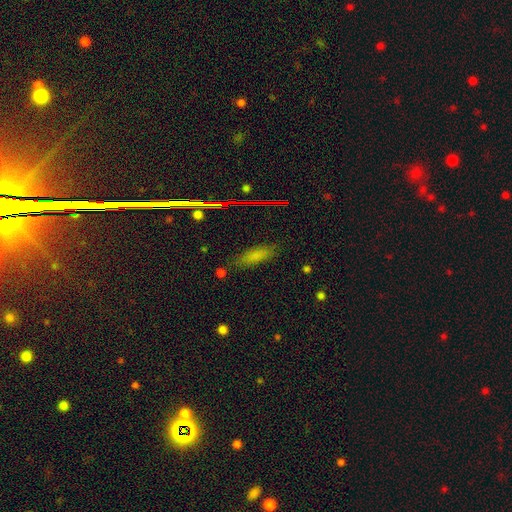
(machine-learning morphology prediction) Smooth or featured?
  - smooth: 72% *
  - star or artifact: 17%
  - featured or disk: 11%
How rounded?
  - in between: 55% *
  - cigar-shaped: 42%
  - round: 3%
Merging?
  - none: 79% *
  - minor disturbance: 15%
  - major disturbance: 4%
  - merger: 3%